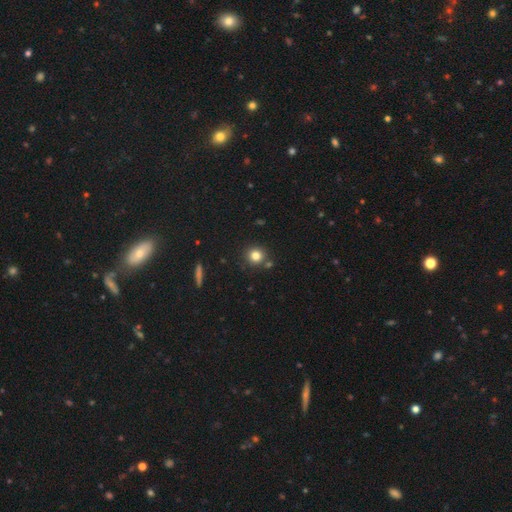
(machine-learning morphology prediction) This appears to be a smooth galaxy with no disk features (80%) that is round (92%). Merging: none (82%).